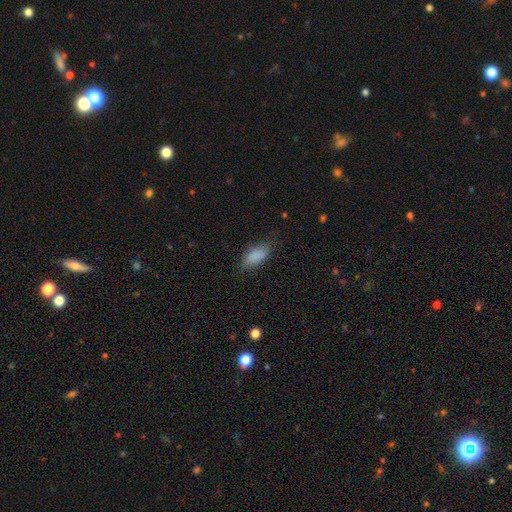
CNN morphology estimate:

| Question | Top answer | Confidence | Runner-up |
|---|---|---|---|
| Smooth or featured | smooth | 85% | star or artifact (7%) |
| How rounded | in between | 90% | cigar-shaped (7%) |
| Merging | none | 68% | minor disturbance (24%) |